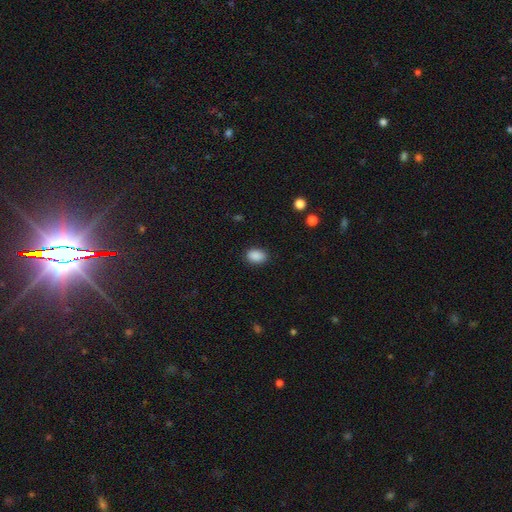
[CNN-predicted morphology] smooth 89%, star or artifact 8%, featured or disk 3%. Down the decision tree: how rounded — in between (83%); merging — none (87%).